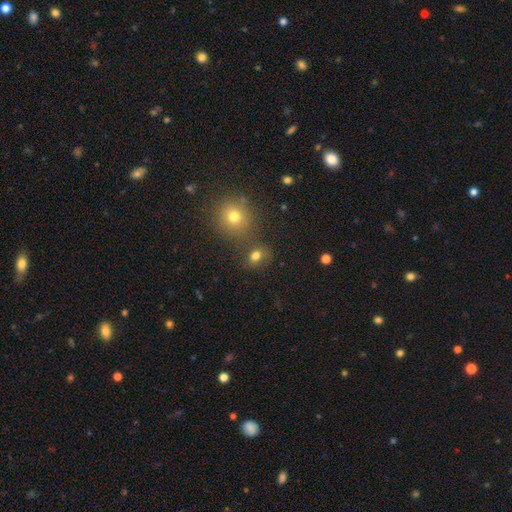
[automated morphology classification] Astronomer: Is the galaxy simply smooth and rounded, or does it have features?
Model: smooth — 74%.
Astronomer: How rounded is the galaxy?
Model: round — 65%.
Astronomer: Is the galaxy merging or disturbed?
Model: none — 67%.